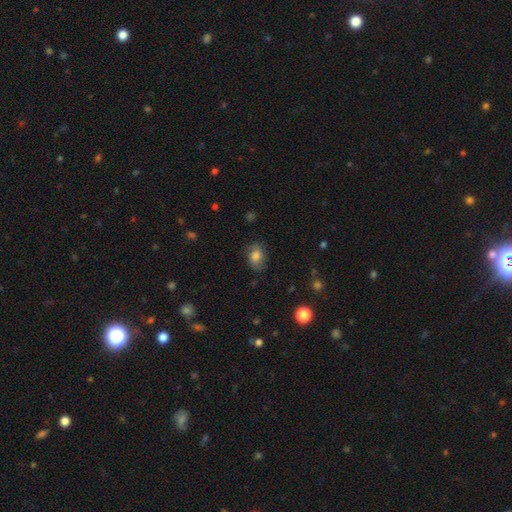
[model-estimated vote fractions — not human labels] smooth-or-featured: smooth: 75% | featured or disk: 15% | star or artifact: 10%
  how-rounded: in between: 72% | round: 27% | cigar-shaped: 1%
  merging: none: 72% | minor disturbance: 20% | major disturbance: 6% | merger: 1%